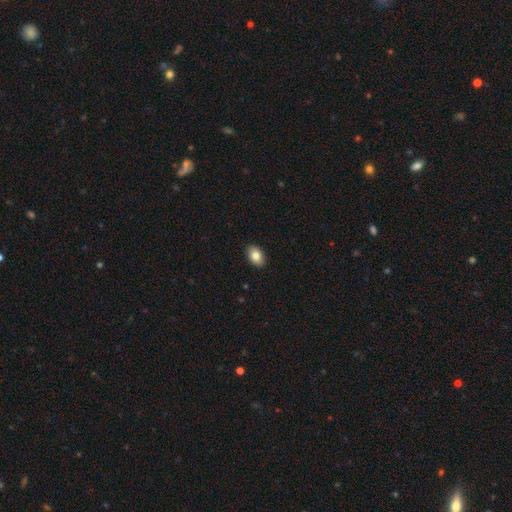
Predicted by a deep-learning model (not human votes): This is clearly a smooth galaxy (83%). How rounded: clearly in between (86%). Merging: clearly none (90%).